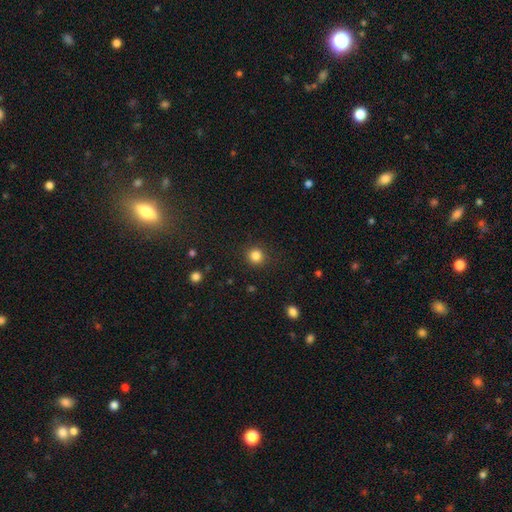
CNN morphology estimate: The model was most divided on "smooth or featured": smooth: 84%, star or artifact: 12%, featured or disk: 4%. More confident: how rounded — round (92%); merging — none (90%).